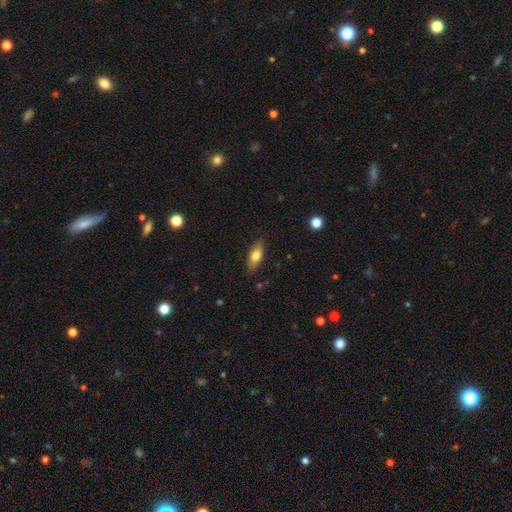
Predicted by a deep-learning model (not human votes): The model was most divided on "smooth or featured": smooth: 74%, featured or disk: 18%, star or artifact: 7%. More confident: merging — none (83%); how rounded — in between (78%).